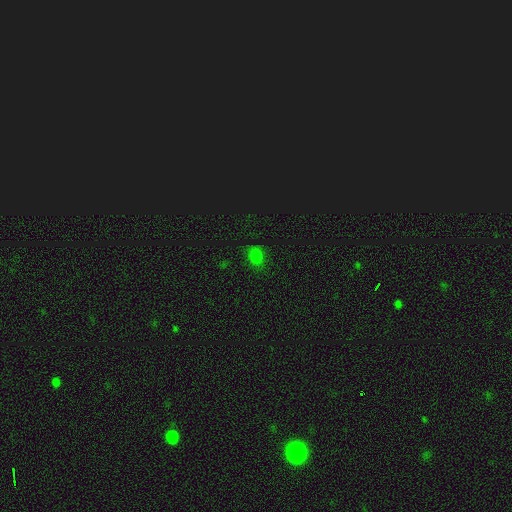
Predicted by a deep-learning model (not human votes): Smooth or featured?
  - smooth: 72% *
  - star or artifact: 23%
  - featured or disk: 5%
How rounded?
  - in between: 56% *
  - round: 42%
  - cigar-shaped: 2%
Merging?
  - none: 77% *
  - minor disturbance: 17%
  - major disturbance: 4%
  - merger: 1%